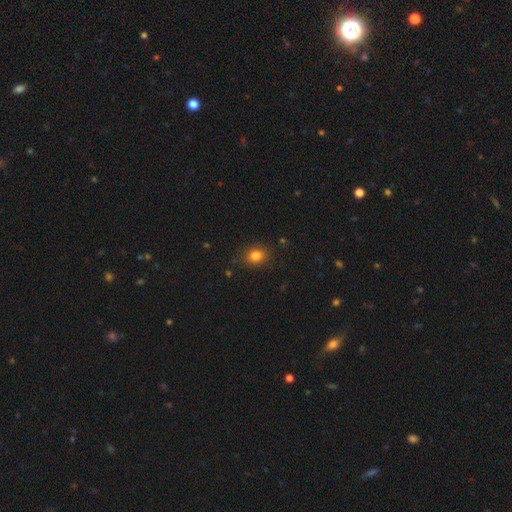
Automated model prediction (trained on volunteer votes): smooth 82%, star or artifact 12%, featured or disk 6%. Down the decision tree: how rounded — round (57%); merging — none (86%).